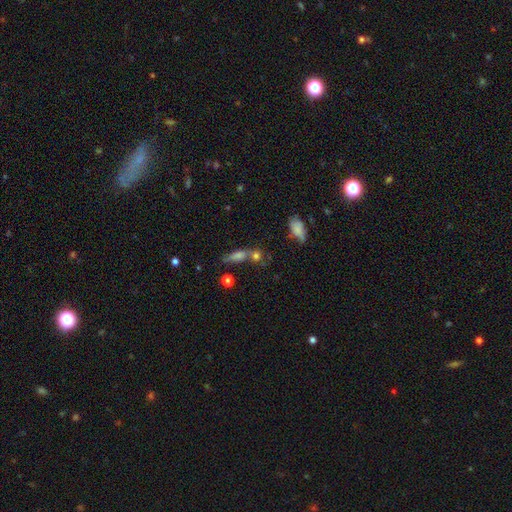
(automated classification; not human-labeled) smooth 48%, star or artifact 28%, featured or disk 24%. Down the decision tree: merging — none (59%).